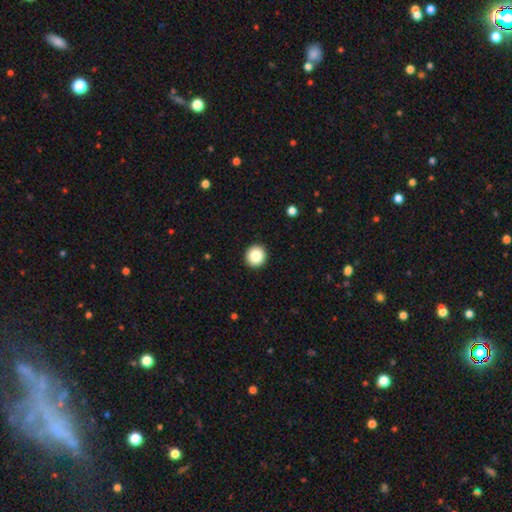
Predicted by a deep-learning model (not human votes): smooth-or-featured: smooth: 85% | star or artifact: 9% | featured or disk: 6%
  how-rounded: round: 94% | in between: 5% | cigar-shaped: 1%
  merging: none: 94% | minor disturbance: 4% | major disturbance: 1% | merger: 1%